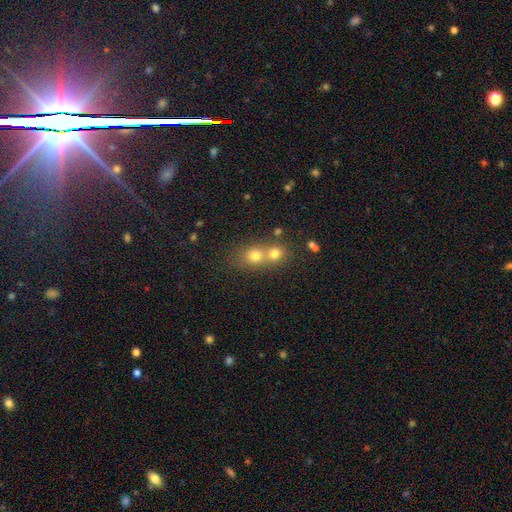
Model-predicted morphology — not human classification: Q: Smooth or featured?
A: smooth (68%); runner-up: star or artifact (16%)
Q: How rounded?
A: round (70%); runner-up: in between (28%)
Q: Merging?
A: merger (62%); runner-up: none (31%)